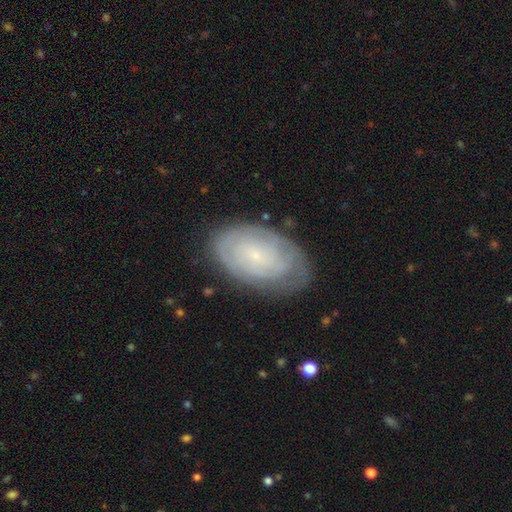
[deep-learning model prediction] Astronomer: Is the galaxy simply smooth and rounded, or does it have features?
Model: featured or disk — 65%.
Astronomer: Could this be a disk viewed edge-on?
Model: no — 95%.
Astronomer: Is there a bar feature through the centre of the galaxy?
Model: no — 73%.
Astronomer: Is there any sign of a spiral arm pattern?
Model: yes — 84%.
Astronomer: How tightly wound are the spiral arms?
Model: tight — 77%.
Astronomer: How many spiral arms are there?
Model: can't tell — 59%.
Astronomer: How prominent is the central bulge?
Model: small — 82%.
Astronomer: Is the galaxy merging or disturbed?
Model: none — 74%.